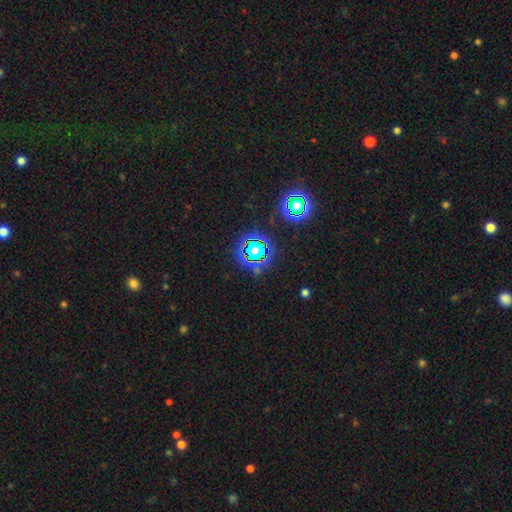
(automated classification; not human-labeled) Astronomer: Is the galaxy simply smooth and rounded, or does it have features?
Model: star or artifact — 78%.